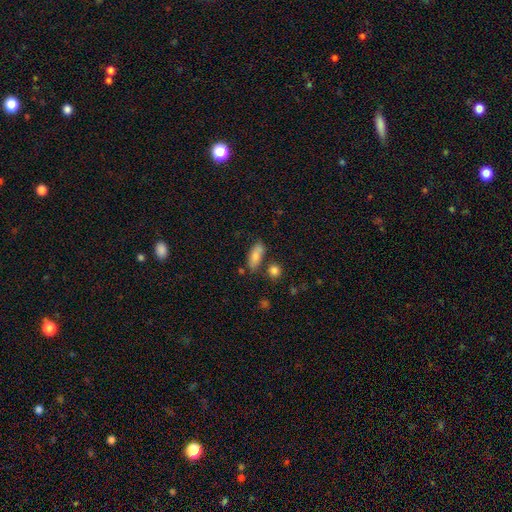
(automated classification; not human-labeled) Smooth or featured? smooth (80%)
How rounded? in between (74%)
Merging? none (65%)